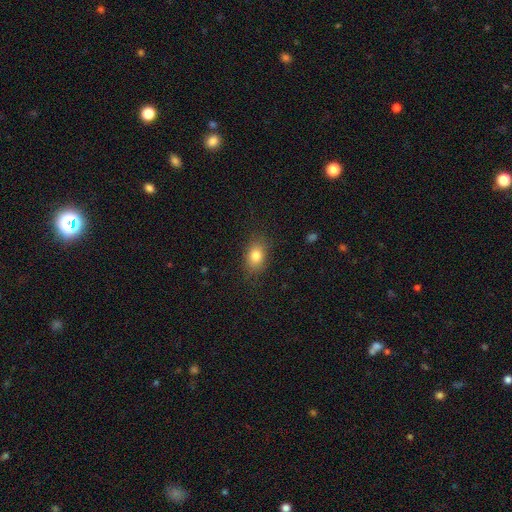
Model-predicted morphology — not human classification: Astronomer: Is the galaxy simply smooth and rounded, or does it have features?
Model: smooth — 82%.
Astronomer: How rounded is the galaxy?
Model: in between — 74%.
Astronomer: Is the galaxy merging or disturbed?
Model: none — 81%.